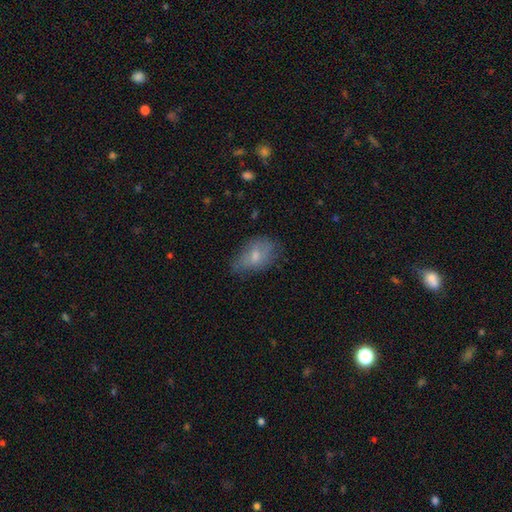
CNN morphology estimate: Smooth or featured? smooth (66%)
How rounded? in between (88%)
Merging? none (53%)